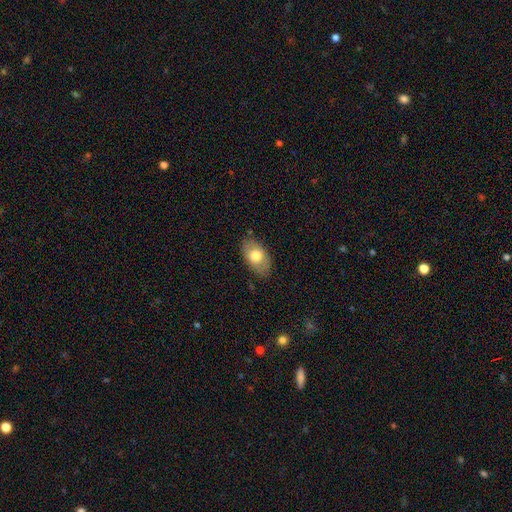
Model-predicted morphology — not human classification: smooth-or-featured: smooth: 73% | featured or disk: 21% | star or artifact: 6%
  how-rounded: in between: 92% | round: 7% | cigar-shaped: 2%
  merging: none: 80% | minor disturbance: 15% | major disturbance: 3% | merger: 1%